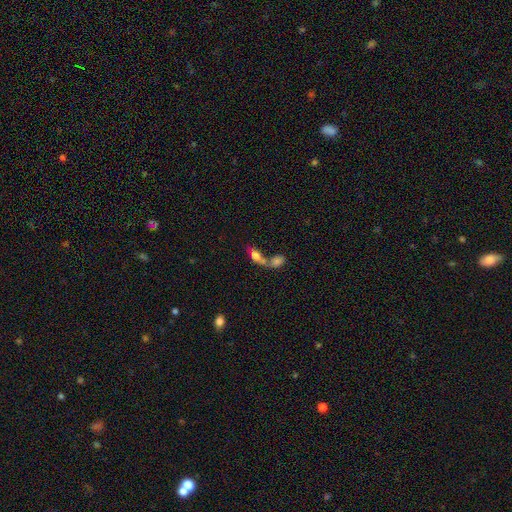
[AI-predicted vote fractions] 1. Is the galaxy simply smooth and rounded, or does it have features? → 70% smooth, 20% featured or disk, 10% star or artifact.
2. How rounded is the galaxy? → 80% in between, 10% round, 10% cigar-shaped.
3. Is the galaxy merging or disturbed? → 72% merger, 15% none, 7% major disturbance, 6% minor disturbance.